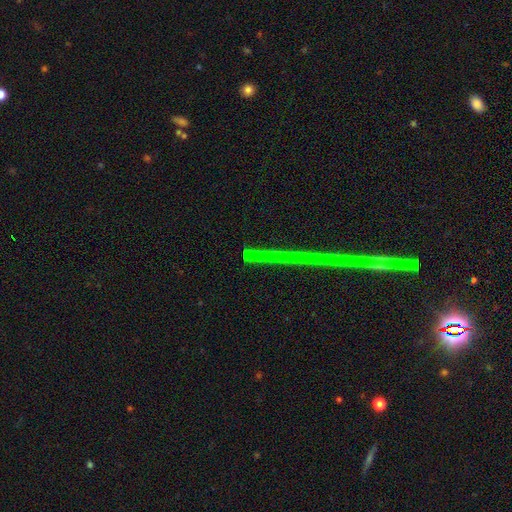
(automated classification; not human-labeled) Smooth or featured?
  - star or artifact: 76% *
  - featured or disk: 15%
  - smooth: 9%